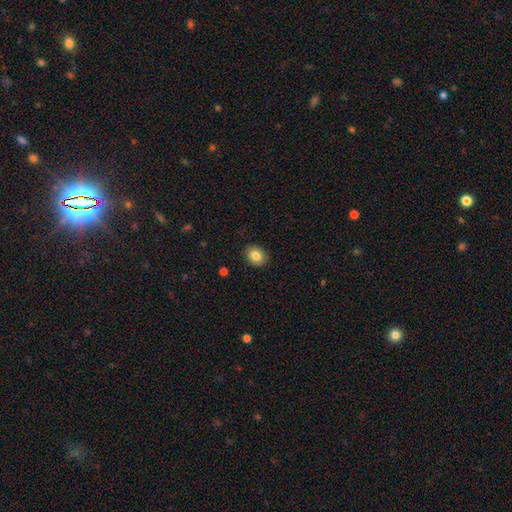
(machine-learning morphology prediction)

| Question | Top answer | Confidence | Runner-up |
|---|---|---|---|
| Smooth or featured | smooth | 84% | star or artifact (9%) |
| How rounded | in between | 55% | round (45%) |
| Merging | none | 89% | minor disturbance (8%) |